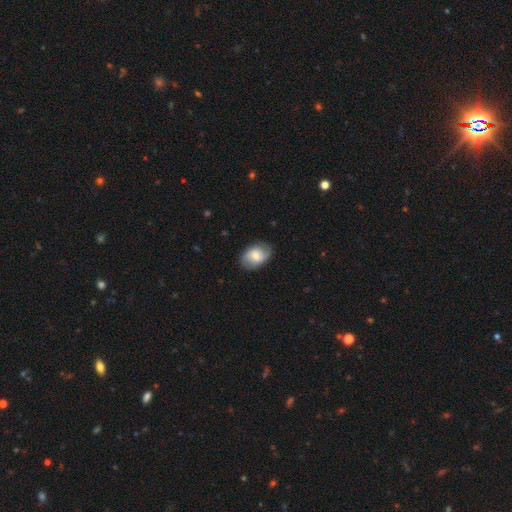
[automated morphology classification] Q: Smooth or featured?
A: smooth (54%); runner-up: featured or disk (39%)
Q: How rounded?
A: in between (78%); runner-up: round (21%)
Q: Merging?
A: none (78%); runner-up: minor disturbance (16%)